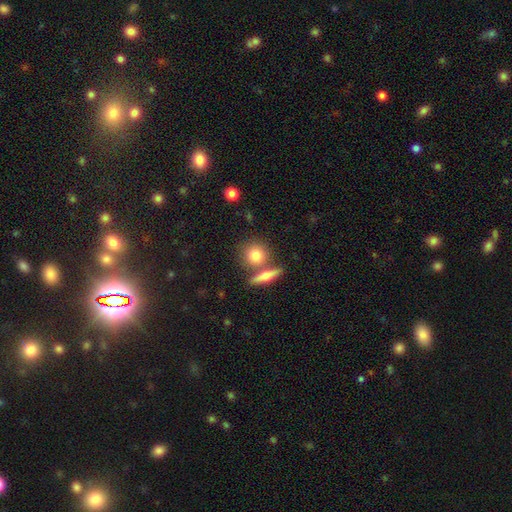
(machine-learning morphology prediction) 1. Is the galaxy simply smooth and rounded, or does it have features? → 76% smooth, 16% featured or disk, 7% star or artifact.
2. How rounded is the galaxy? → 81% round, 15% in between, 5% cigar-shaped.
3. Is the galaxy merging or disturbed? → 64% none, 24% merger, 9% minor disturbance, 3% major disturbance.